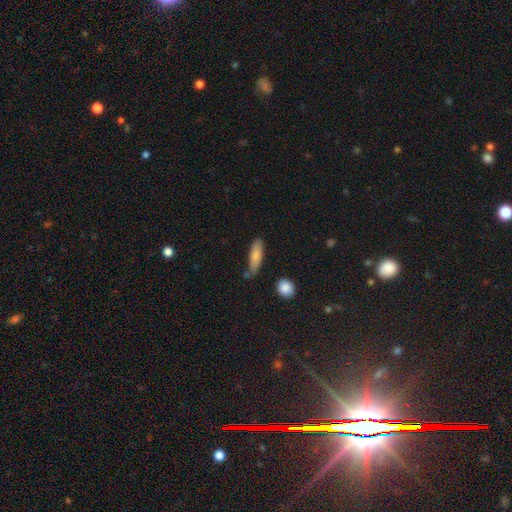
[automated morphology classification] Overall: smooth (81%). How rounded: cigar-shaped (52%; in between 46%). Merging: none (69%).